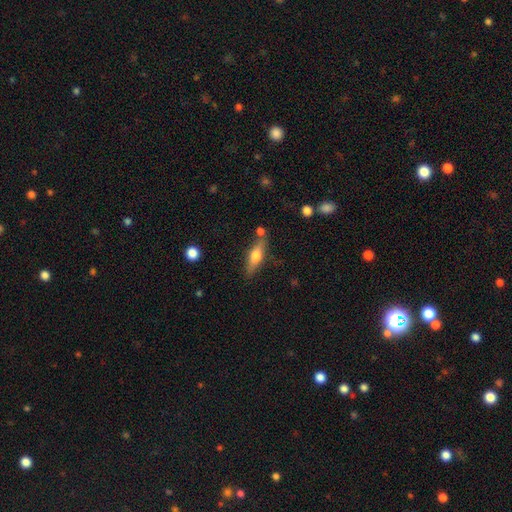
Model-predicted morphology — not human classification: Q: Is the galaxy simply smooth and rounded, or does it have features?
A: smooth — 50%.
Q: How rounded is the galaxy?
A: cigar-shaped — 57%.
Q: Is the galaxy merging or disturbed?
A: none — 75%.